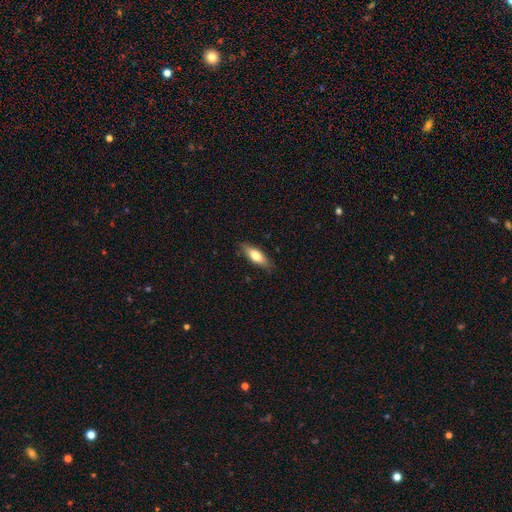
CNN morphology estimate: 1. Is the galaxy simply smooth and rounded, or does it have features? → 71% smooth, 23% featured or disk, 6% star or artifact.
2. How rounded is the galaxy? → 60% in between, 38% cigar-shaped, 2% round.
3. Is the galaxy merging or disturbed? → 84% none, 13% minor disturbance, 2% major disturbance, 1% merger.